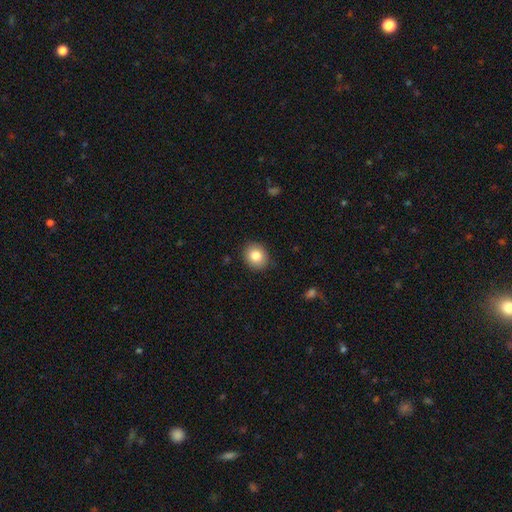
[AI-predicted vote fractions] Smooth or featured?
  - smooth: 83% *
  - star or artifact: 9%
  - featured or disk: 8%
How rounded?
  - round: 75% *
  - in between: 24%
  - cigar-shaped: 1%
Merging?
  - none: 89% *
  - minor disturbance: 8%
  - major disturbance: 2%
  - merger: 1%